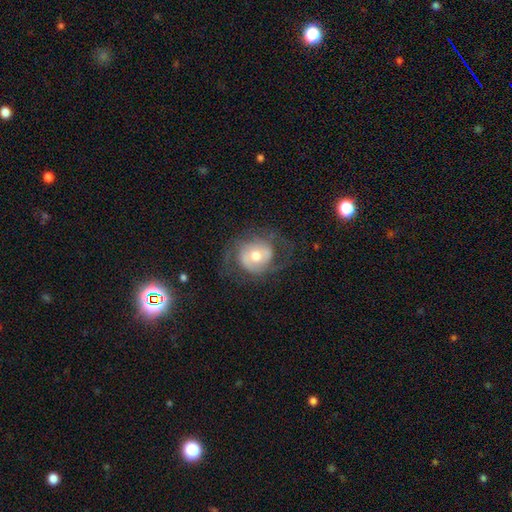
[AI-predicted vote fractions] A featured or disk galaxy (65%) with no bar (69%), spiral arms (77%) and a moderate central bulge (69%).

Vote fractions:
- Smooth or featured? featured or disk: 65% / smooth: 27% / star or artifact: 7%
- Edge-on disk? no: 97% / yes: 3%
- Bar? no: 69% / weak: 25% / strong: 6%
- Spiral arms? yes: 77% / no: 23%
- Bulge size? moderate: 69% / small: 19% / large: 9% / dominant: 1% / none: 1%
- Merging? none: 56% / major disturbance: 22% / minor disturbance: 20% / merger: 2%